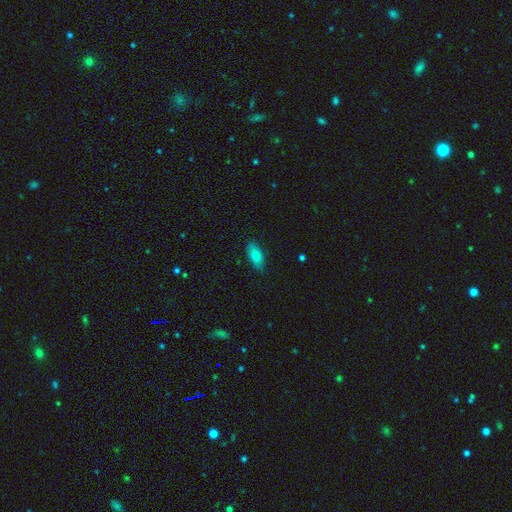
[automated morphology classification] Smooth or featured?
  - smooth: 74% *
  - featured or disk: 19%
  - star or artifact: 7%
How rounded?
  - in between: 82% *
  - cigar-shaped: 15%
  - round: 3%
Merging?
  - none: 86% *
  - minor disturbance: 11%
  - major disturbance: 2%
  - merger: 1%